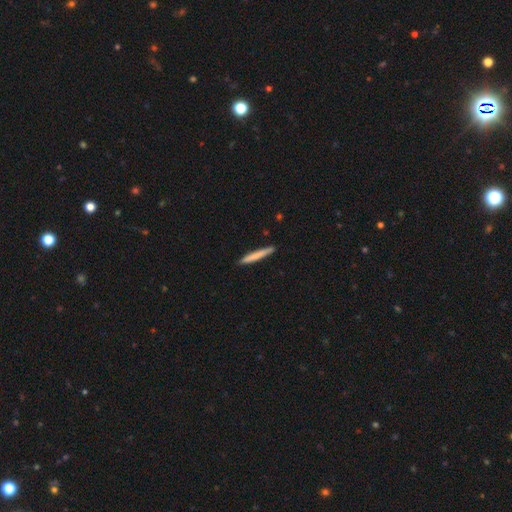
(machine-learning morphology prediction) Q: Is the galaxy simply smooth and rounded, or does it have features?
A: smooth — 74%.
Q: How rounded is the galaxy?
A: cigar-shaped — 96%.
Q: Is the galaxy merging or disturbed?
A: none — 90%.